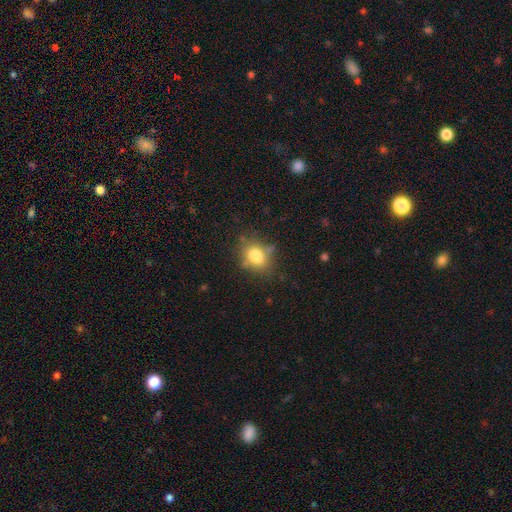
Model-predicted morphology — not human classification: A smooth galaxy with no disk features (78%) that is in between round and cigar-shaped (55%). Merging: none (69%).